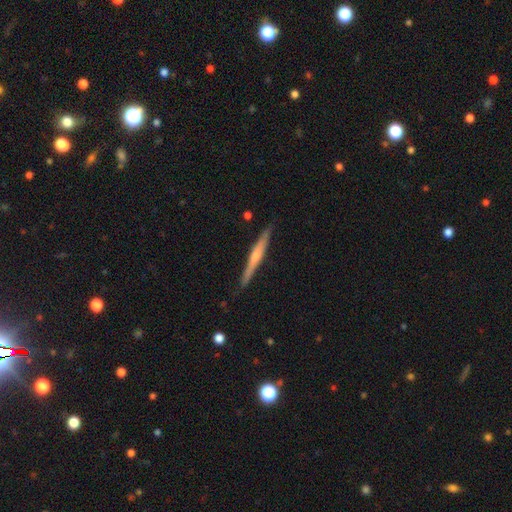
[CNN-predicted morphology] Smooth or featured? Predicted: featured or disk (p=0.63). Edge-on disk? Predicted: yes (p=0.98). Edge-on bulge? Predicted: rounded (p=0.64). Merging? Predicted: none (p=0.89).